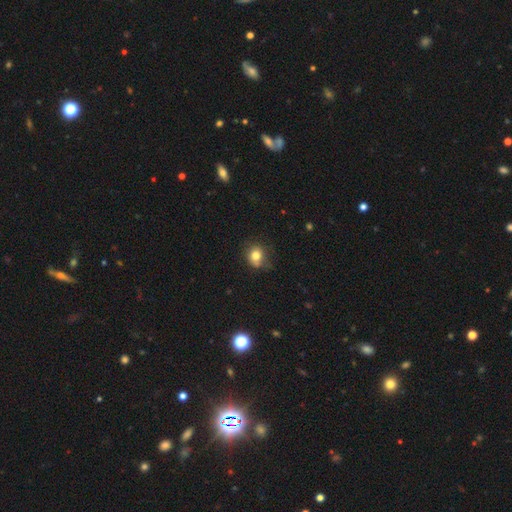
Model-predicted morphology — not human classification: Q: Smooth or featured?
A: smooth (78%); runner-up: star or artifact (12%)
Q: How rounded?
A: round (73%); runner-up: in between (27%)
Q: Merging?
A: none (60%); runner-up: minor disturbance (27%)